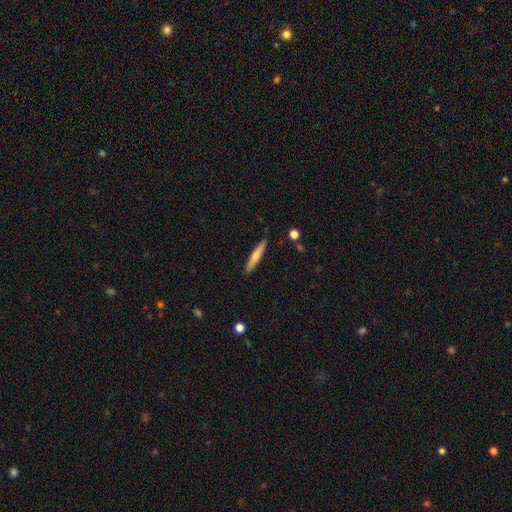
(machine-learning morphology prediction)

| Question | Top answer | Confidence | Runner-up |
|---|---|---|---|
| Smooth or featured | smooth | 68% | featured or disk (26%) |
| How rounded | cigar-shaped | 92% | in between (7%) |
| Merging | none | 89% | minor disturbance (8%) |